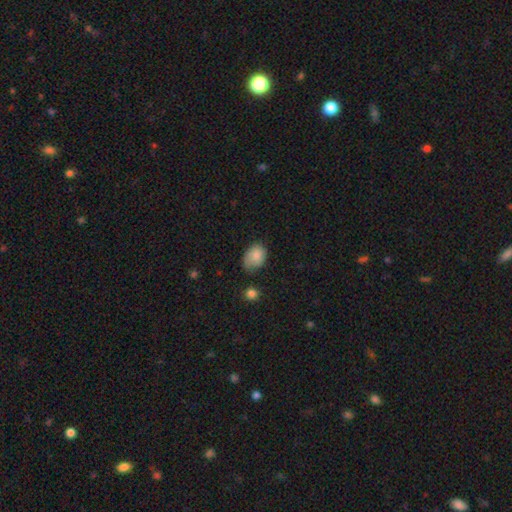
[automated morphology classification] Smooth or featured? smooth (82%)
How rounded? in between (71%)
Merging? none (53%)